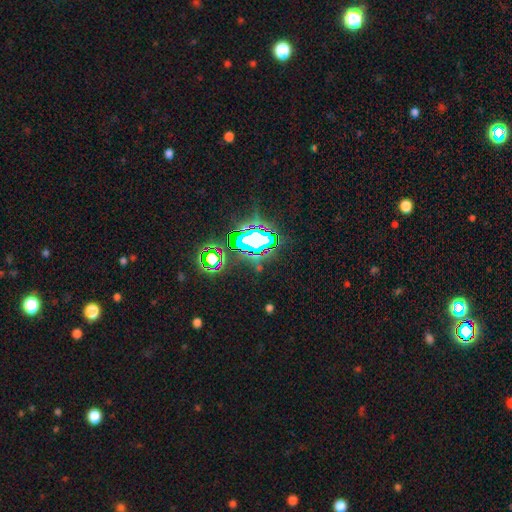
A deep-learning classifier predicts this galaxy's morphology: A star or artifact, not a galaxy (80%).

Vote fractions:
- Smooth or featured? star or artifact: 80% / smooth: 12% / featured or disk: 8%